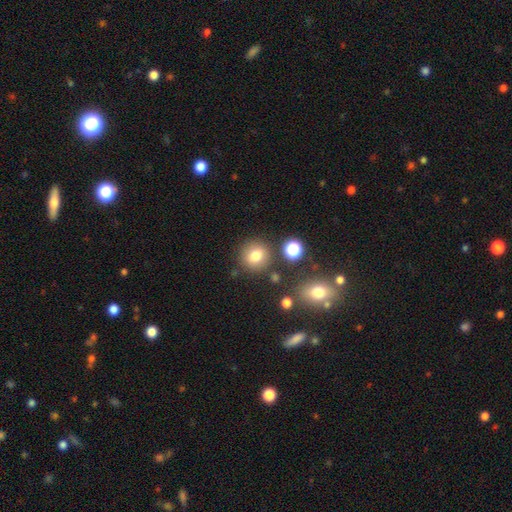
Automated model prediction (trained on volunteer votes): The model was most divided on "smooth or featured": smooth: 77%, star or artifact: 13%, featured or disk: 9%. More confident: how rounded — round (87%); merging — none (82%).